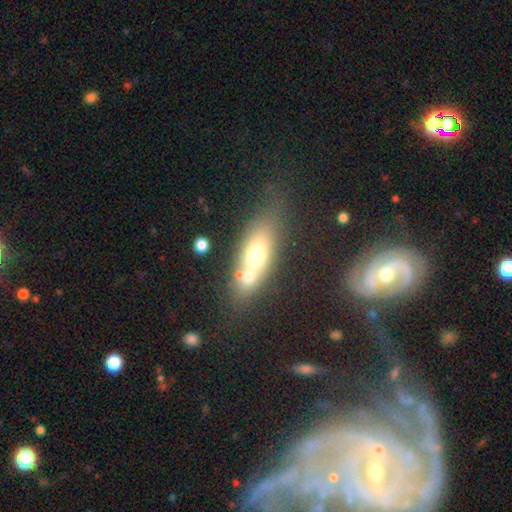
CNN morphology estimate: A smooth galaxy with no disk features (57%) that is in between round and cigar-shaped (64%).

Vote fractions:
- Smooth or featured? smooth: 57% / featured or disk: 33% / star or artifact: 9%
- How rounded? in between: 64% / cigar-shaped: 29% / round: 7%
- Merging? merger: 41% / none: 40% / minor disturbance: 13% / major disturbance: 6%